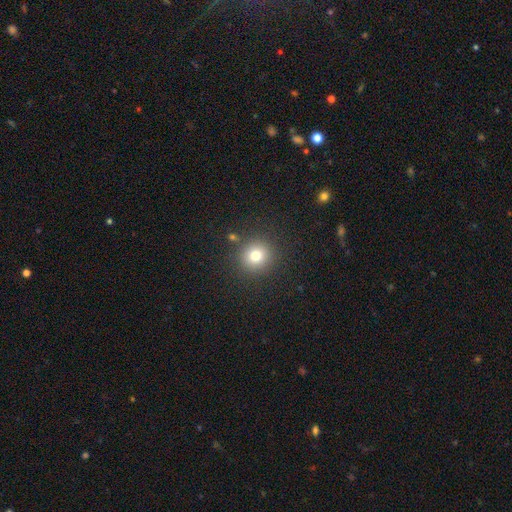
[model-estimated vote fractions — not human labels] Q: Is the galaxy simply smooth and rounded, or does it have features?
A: smooth — 77%.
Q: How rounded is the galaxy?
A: round — 91%.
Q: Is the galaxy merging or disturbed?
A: none — 86%.